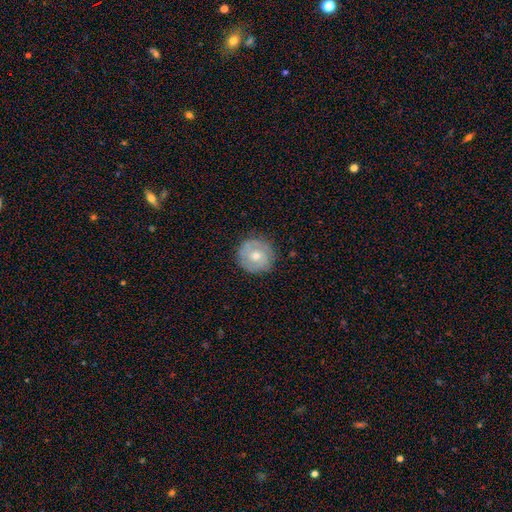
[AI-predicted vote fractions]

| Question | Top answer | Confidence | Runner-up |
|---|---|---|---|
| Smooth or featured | smooth | 50% | featured or disk (43%) |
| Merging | none | 84% | minor disturbance (12%) |